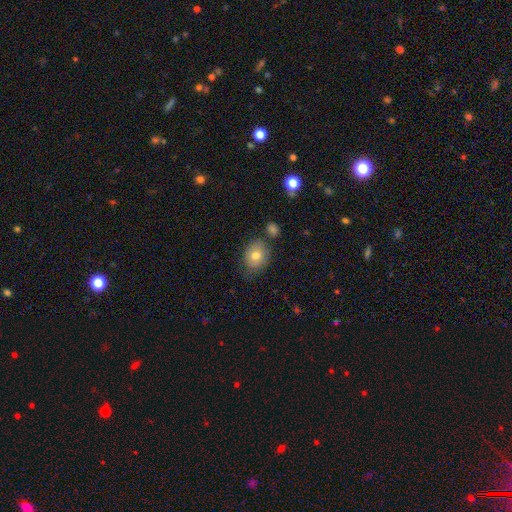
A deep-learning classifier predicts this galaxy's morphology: A smooth galaxy with no disk features (77%) that is round (56%). Merging: none (72%).